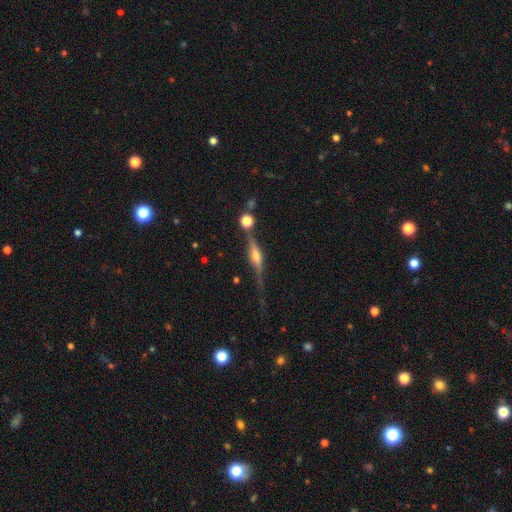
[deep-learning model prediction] Smooth or featured? Predicted: featured or disk (p=0.80). Edge-on disk? Predicted: yes (p=0.96). Edge-on bulge? Predicted: rounded (p=0.89). Merging? Predicted: none (p=0.71).